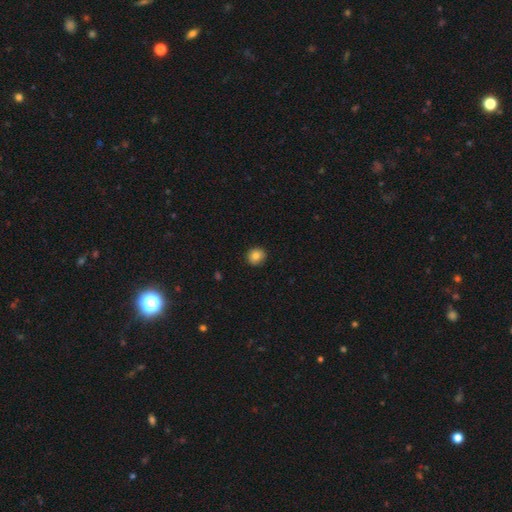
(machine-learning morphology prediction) Overall: smooth (83%). How rounded: round (90%). Merging: none (91%).